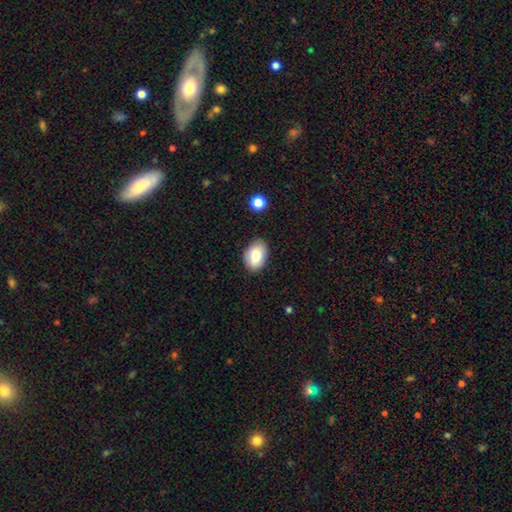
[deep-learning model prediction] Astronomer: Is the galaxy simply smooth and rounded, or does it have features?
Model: smooth — 81%.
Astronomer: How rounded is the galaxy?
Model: in between — 83%.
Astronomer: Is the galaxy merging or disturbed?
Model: none — 85%.